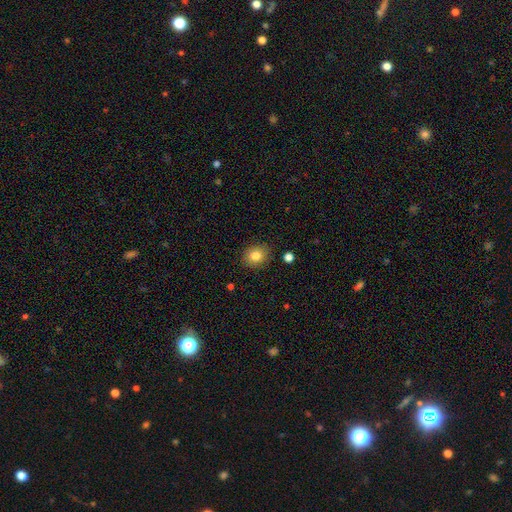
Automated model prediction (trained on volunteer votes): smooth 82%, star or artifact 10%, featured or disk 8%. Down the decision tree: how rounded — round (69%); merging — none (87%).